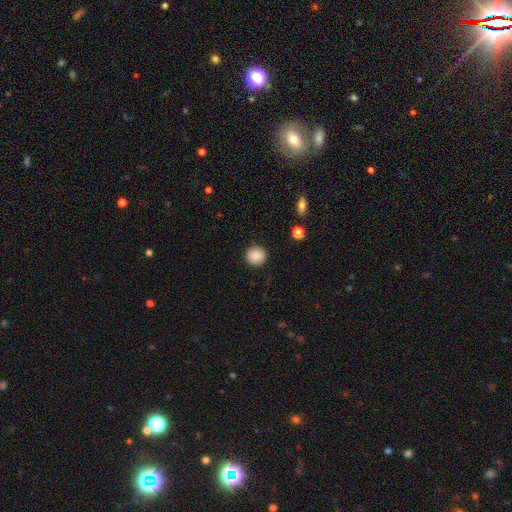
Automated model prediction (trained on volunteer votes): smooth_or_featured: smooth (p=0.86) [alt: star or artifact p=0.09]
how_rounded: round (p=0.93) [alt: in between p=0.06]
merging: none (p=0.92) [alt: minor disturbance p=0.05]